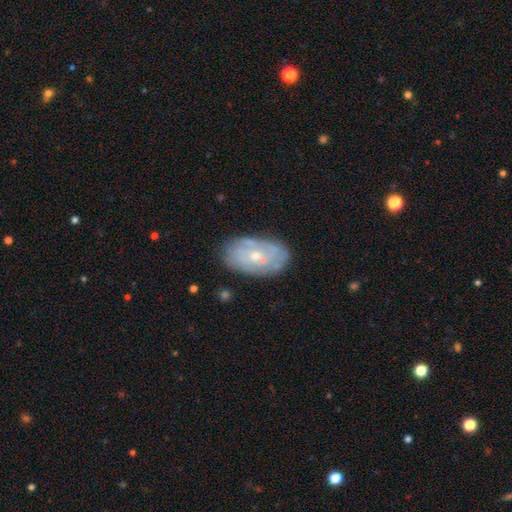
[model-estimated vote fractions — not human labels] Smooth or featured: featured or disk — 59% (smooth — 34%)
Edge-on disk: no — 94% (yes — 6%)
Bar: no — 80% (weak — 17%)
Spiral arms: yes — 53% (no — 47%)
Bulge size: small — 65% (moderate — 31%)
Merging: none — 72% (minor disturbance — 19%)